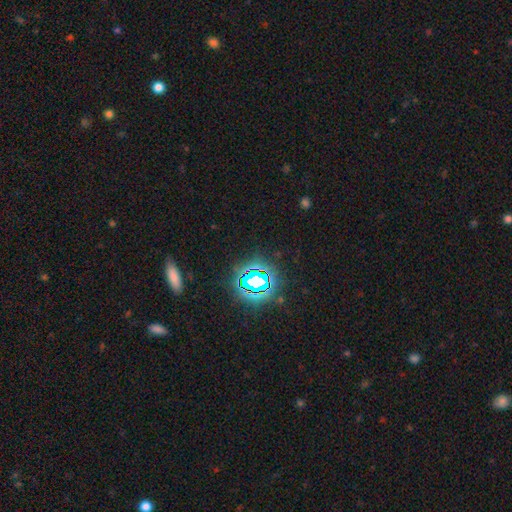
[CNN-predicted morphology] type=star or artifact (77%).